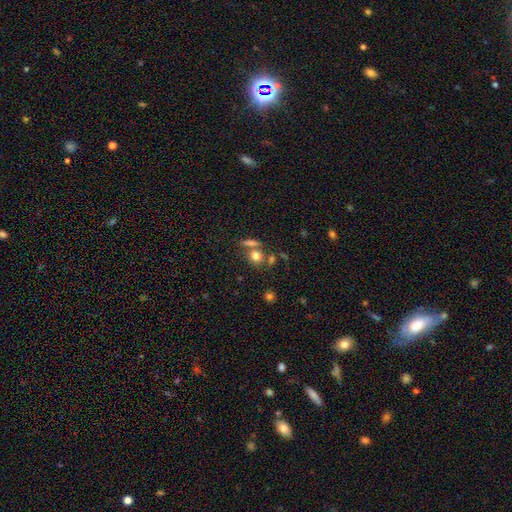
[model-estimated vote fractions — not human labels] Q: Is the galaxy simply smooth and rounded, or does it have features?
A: smooth — 76%.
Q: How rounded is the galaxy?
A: round — 71%.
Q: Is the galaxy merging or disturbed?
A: none — 60%.